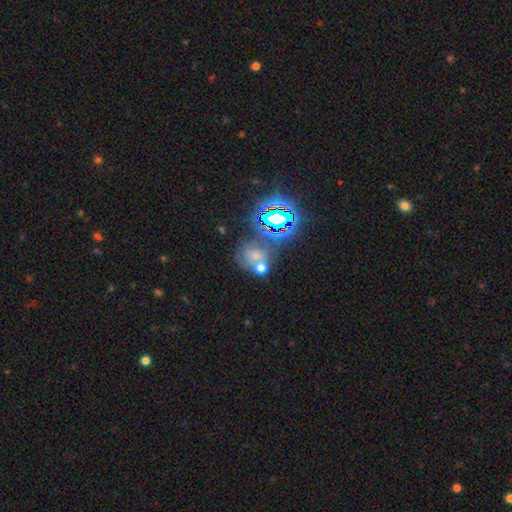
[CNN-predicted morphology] smooth_or_featured: star or artifact (p=0.53) [alt: featured or disk p=0.24]